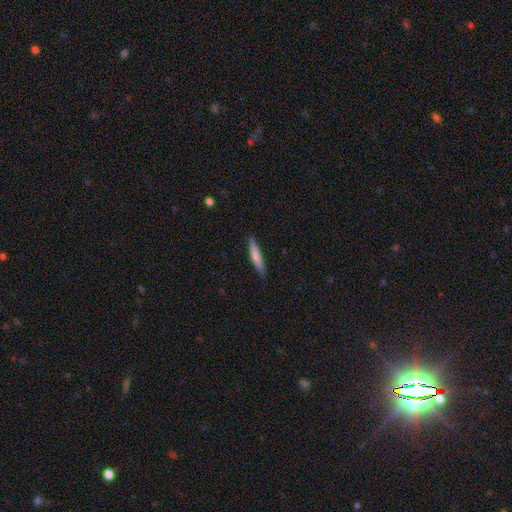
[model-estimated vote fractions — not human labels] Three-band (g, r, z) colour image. It shows a smooth galaxy with no disk features (72%) that is cigar-shaped (92%). Merging: none (88%).